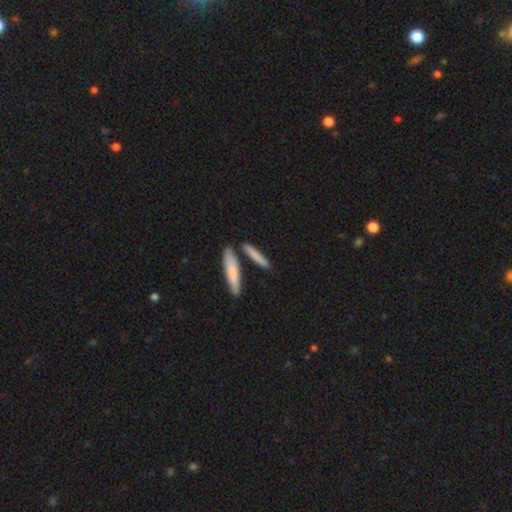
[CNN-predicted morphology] smooth_or_featured: smooth (p=0.78) [alt: featured or disk p=0.16]
how_rounded: cigar-shaped (p=0.87) [alt: in between p=0.11]
merging: none (p=0.78) [alt: minor disturbance p=0.10]